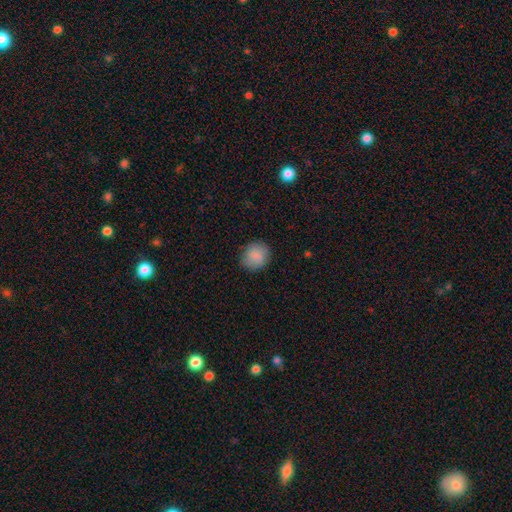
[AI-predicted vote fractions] Q: Smooth or featured?
A: smooth (87%); runner-up: star or artifact (7%)
Q: How rounded?
A: round (81%); runner-up: in between (18%)
Q: Merging?
A: none (84%); runner-up: minor disturbance (12%)